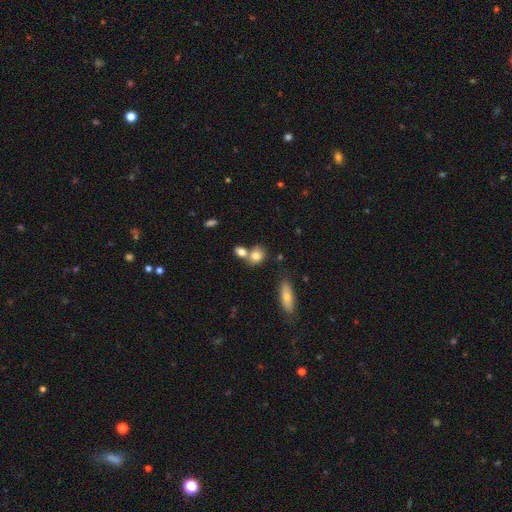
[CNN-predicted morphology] Smooth or featured? smooth (79%)
How rounded? round (50%)
Merging? none (43%, tied with merger)